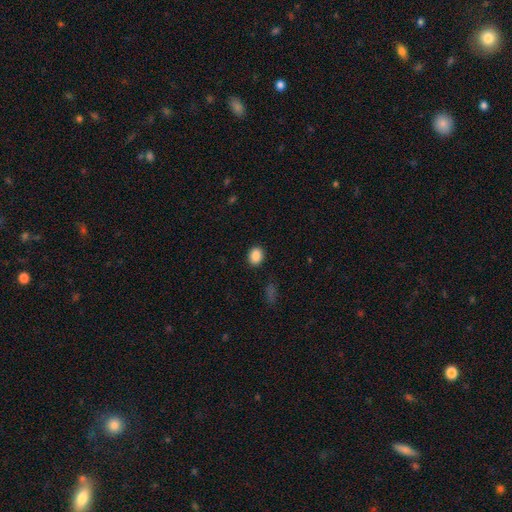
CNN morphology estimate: Smooth or featured? smooth (88%)
How rounded? in between (51%)
Merging? none (89%)